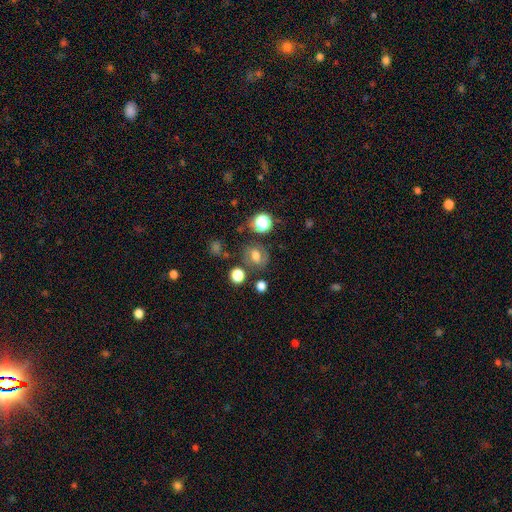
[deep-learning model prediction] Overall: smooth (52%; featured or disk 31%). How rounded: round (61%; in between 38%). Merging: none (67%).